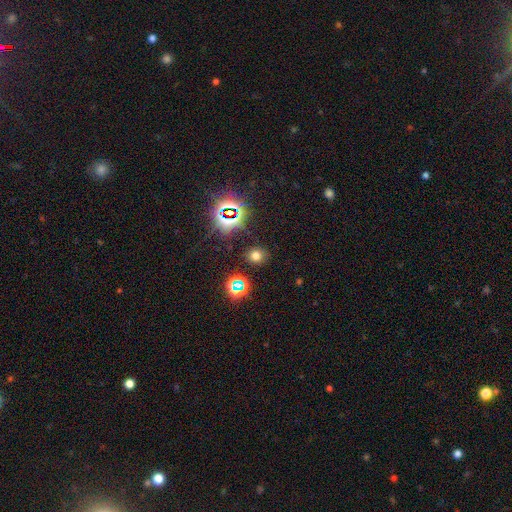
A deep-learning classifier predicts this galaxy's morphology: smooth_or_featured: smooth (p=0.61) [alt: star or artifact p=0.31]
how_rounded: round (p=0.79) [alt: in between p=0.20]
merging: none (p=0.87) [alt: minor disturbance p=0.08]